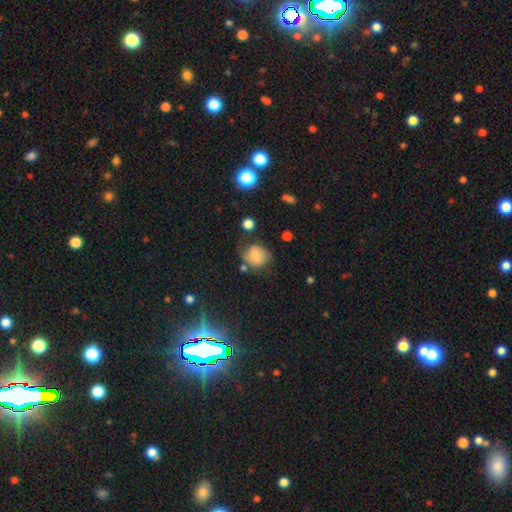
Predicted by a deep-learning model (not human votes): Overall: smooth (63%; featured or disk 26%). How rounded: round (70%). Merging: none (55%; minor disturbance 26%).